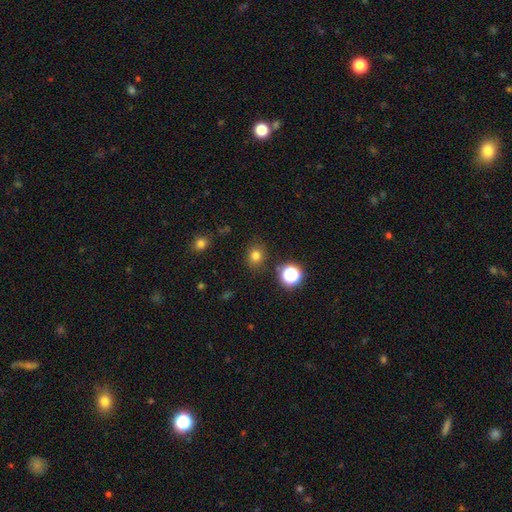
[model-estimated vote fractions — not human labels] smooth-or-featured: smooth: 76% | star or artifact: 17% | featured or disk: 6%
  how-rounded: round: 73% | in between: 26% | cigar-shaped: 1%
  merging: none: 84% | minor disturbance: 10% | major disturbance: 3% | merger: 3%